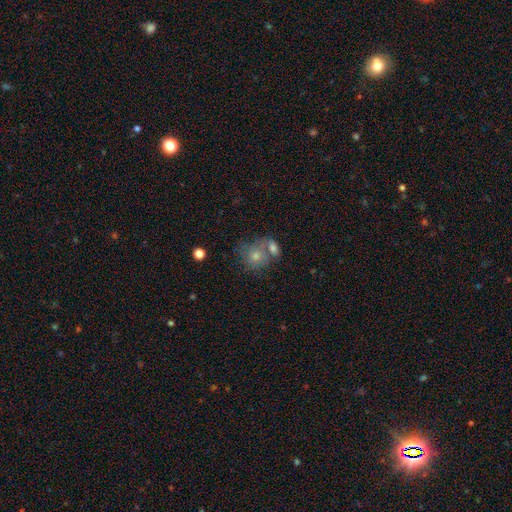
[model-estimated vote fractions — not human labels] A smooth galaxy with no disk features (58%) that is round (76%). Merging: none (42%).